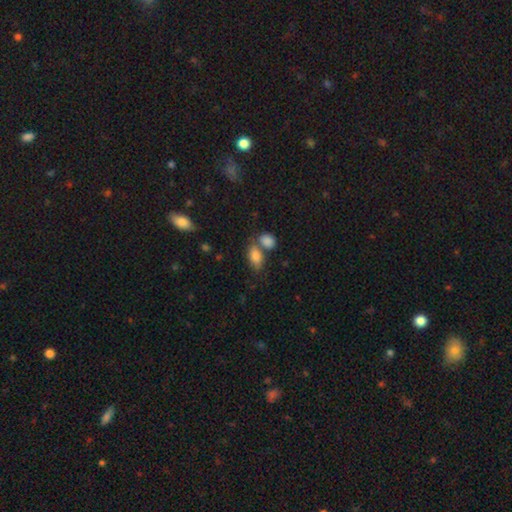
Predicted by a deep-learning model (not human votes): Smooth or featured: smooth — 83% (featured or disk — 9%)
How rounded: in between — 88% (round — 8%)
Merging: none — 46% (merger — 35%)